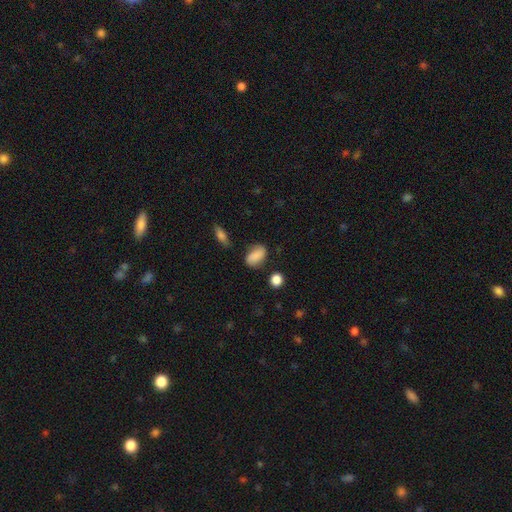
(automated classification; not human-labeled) Smooth or featured: smooth — 78% (featured or disk — 12%)
How rounded: in between — 86% (round — 12%)
Merging: none — 69% (minor disturbance — 21%)